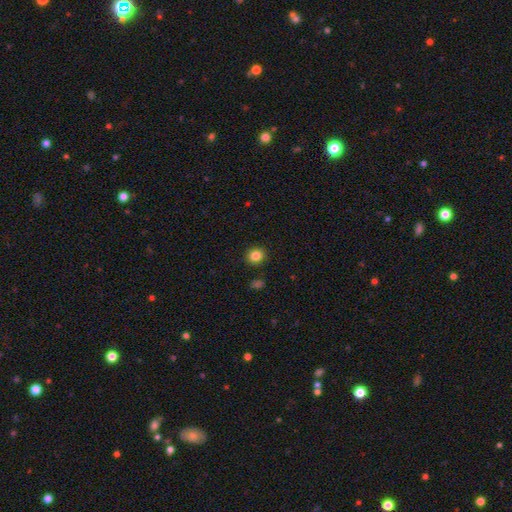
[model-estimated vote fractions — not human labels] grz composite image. It shows a smooth galaxy with no disk features (84%) that is round (85%). Merging: none (90%).